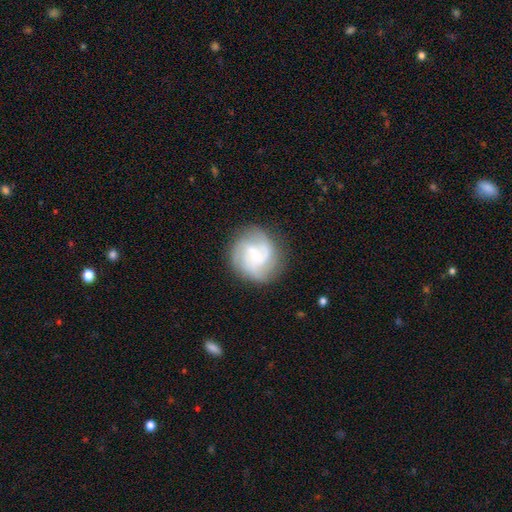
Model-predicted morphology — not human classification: This appears to be a featured or disk galaxy (78%) with no bar (59%), 3 (40%) tight (44%) spiral arms (95%) and a small central bulge (66%). Merging: none (80%).